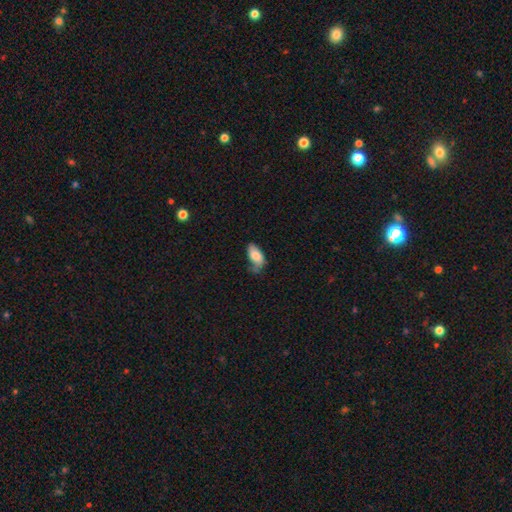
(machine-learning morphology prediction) Smooth or featured?
  - smooth: 71% *
  - featured or disk: 22%
  - star or artifact: 7%
How rounded?
  - in between: 92% *
  - cigar-shaped: 5%
  - round: 3%
Merging?
  - none: 37% *
  - minor disturbance: 35%
  - major disturbance: 24%
  - merger: 4%